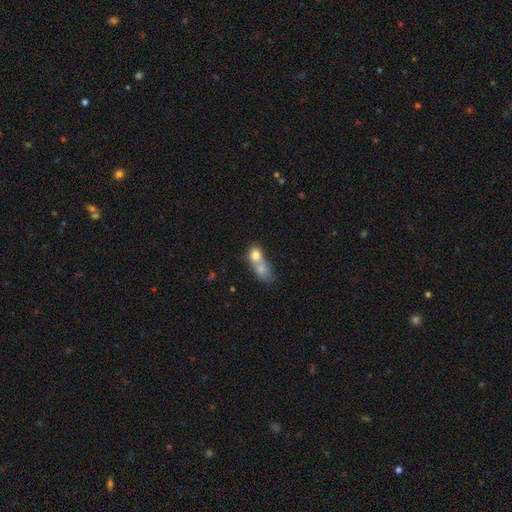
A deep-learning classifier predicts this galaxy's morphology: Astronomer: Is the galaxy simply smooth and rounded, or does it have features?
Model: smooth — 74%.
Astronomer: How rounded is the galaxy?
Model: in between — 52% (runner-up: round, 43%).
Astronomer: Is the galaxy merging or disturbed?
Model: merger — 73%.